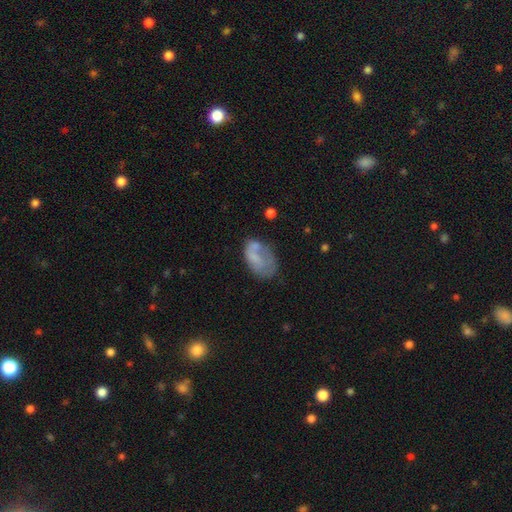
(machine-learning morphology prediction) Smooth or featured: smooth — 56% (featured or disk — 34%)
How rounded: in between — 90% (round — 8%)
Merging: none — 39% (minor disturbance — 28%)